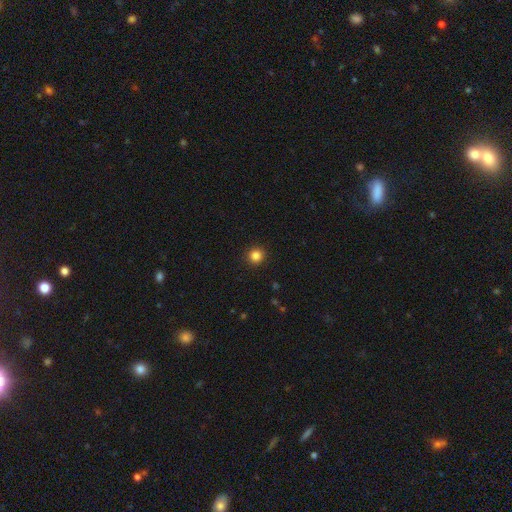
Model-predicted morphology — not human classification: Overall: smooth (85%). How rounded: round (94%). Merging: none (93%).